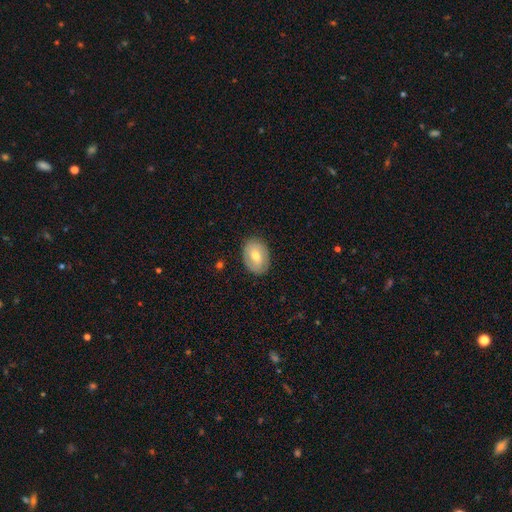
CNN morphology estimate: Smooth or featured? smooth (55%)
How rounded? in between (79%)
Merging? none (85%)